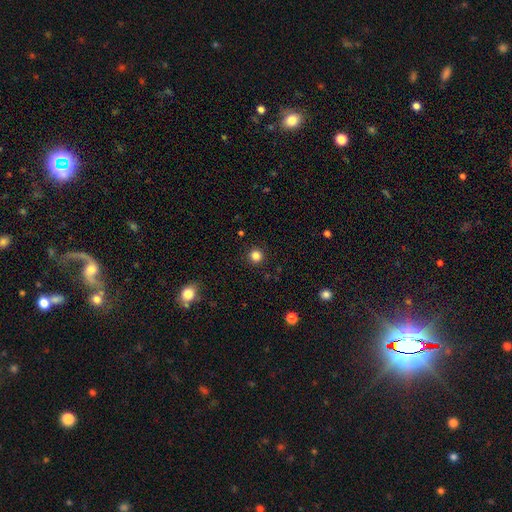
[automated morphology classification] Smooth or featured: smooth — 83% (star or artifact — 13%)
How rounded: round — 95% (in between — 4%)
Merging: none — 92% (minor disturbance — 5%)